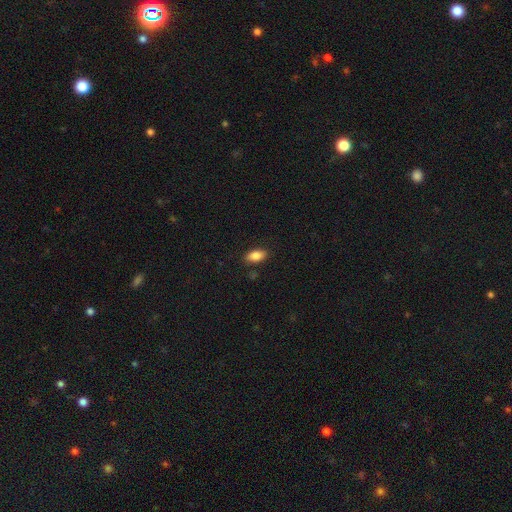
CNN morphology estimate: Smooth or featured? Predicted: smooth (p=0.84). How rounded? Predicted: in between (p=0.90). Merging? Predicted: none (p=0.86).